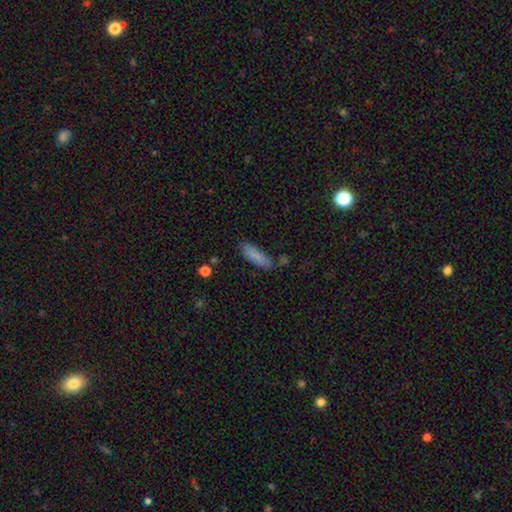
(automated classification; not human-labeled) Smooth or featured?
  - smooth: 84% *
  - featured or disk: 9%
  - star or artifact: 7%
How rounded?
  - cigar-shaped: 56% *
  - in between: 43%
  - round: 2%
Merging?
  - none: 78% *
  - minor disturbance: 15%
  - merger: 4%
  - major disturbance: 3%